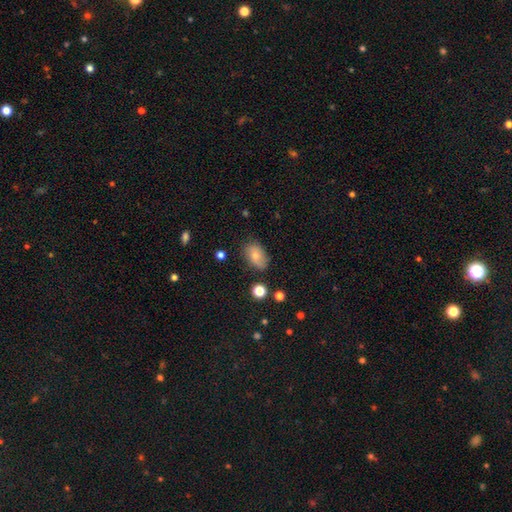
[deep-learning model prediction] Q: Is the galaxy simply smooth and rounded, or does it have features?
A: smooth — 73%.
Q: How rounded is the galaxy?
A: in between — 87%.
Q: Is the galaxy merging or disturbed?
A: none — 71%.